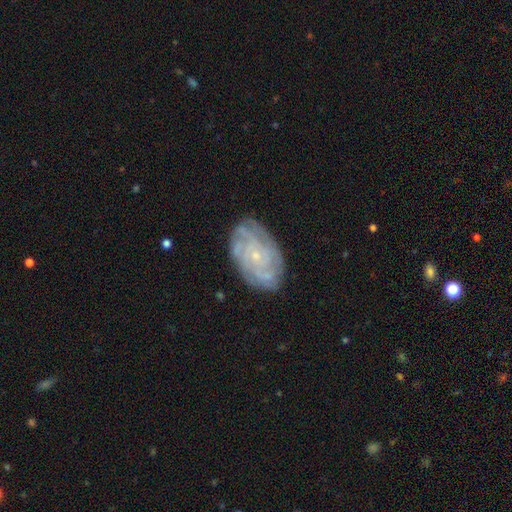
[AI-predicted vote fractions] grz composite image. It shows a featured or disk galaxy (78%) with no bar (79%), tight (73%) spiral arms (93%) and a small central bulge (83%). Merging: none (82%).